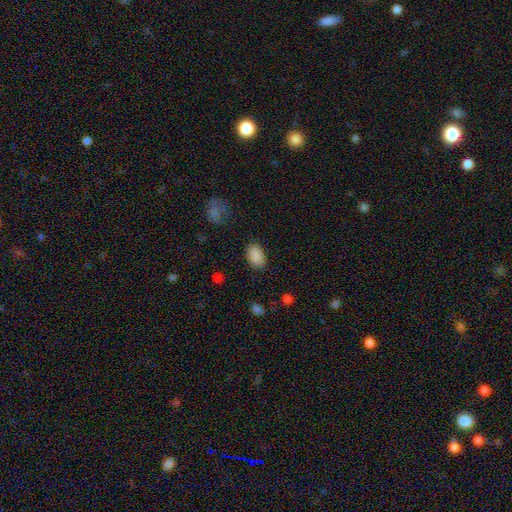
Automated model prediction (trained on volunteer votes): Smooth or featured?
  - smooth: 89% *
  - star or artifact: 8%
  - featured or disk: 4%
How rounded?
  - in between: 89% *
  - round: 10%
  - cigar-shaped: 1%
Merging?
  - none: 86% *
  - minor disturbance: 10%
  - major disturbance: 3%
  - merger: 1%